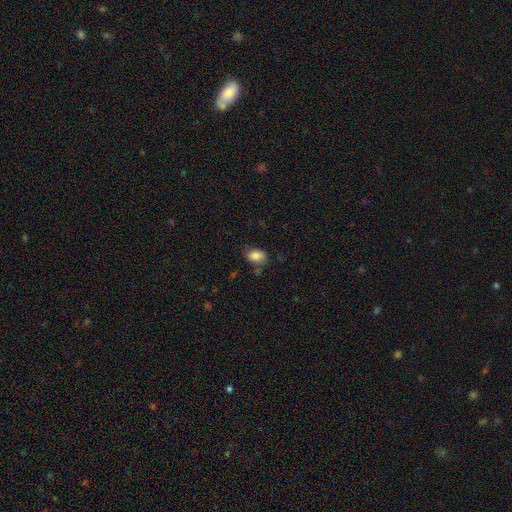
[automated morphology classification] Smooth or featured?
  - smooth: 85% *
  - star or artifact: 9%
  - featured or disk: 7%
How rounded?
  - in between: 86% *
  - round: 13%
  - cigar-shaped: 1%
Merging?
  - none: 72% *
  - minor disturbance: 18%
  - merger: 5%
  - major disturbance: 5%